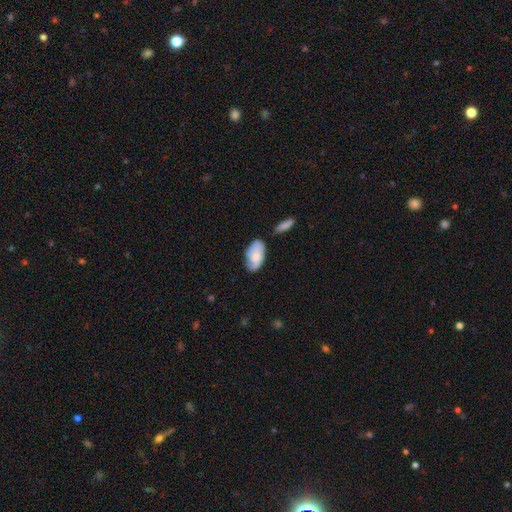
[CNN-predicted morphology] This appears to be a smooth galaxy with no disk features (72%) that is in between round and cigar-shaped (94%). Merging: none (62%).